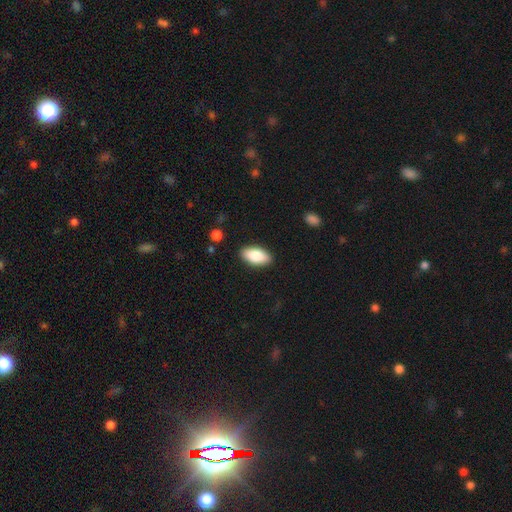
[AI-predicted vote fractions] Smooth or featured? smooth (84%)
How rounded? in between (93%)
Merging? none (89%)